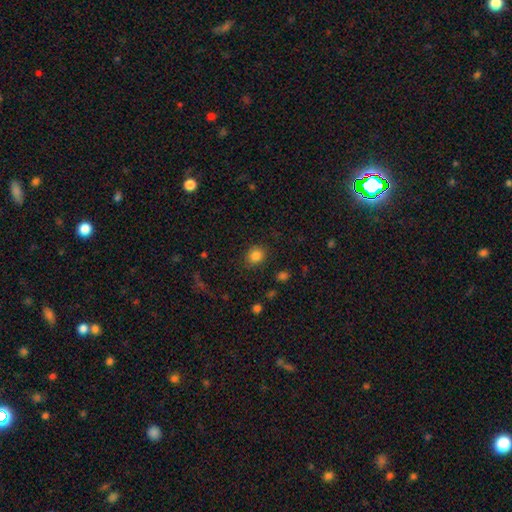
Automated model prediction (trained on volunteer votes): Smooth or featured: smooth — 84% (star or artifact — 11%)
How rounded: round — 72% (in between — 27%)
Merging: none — 87% (minor disturbance — 9%)